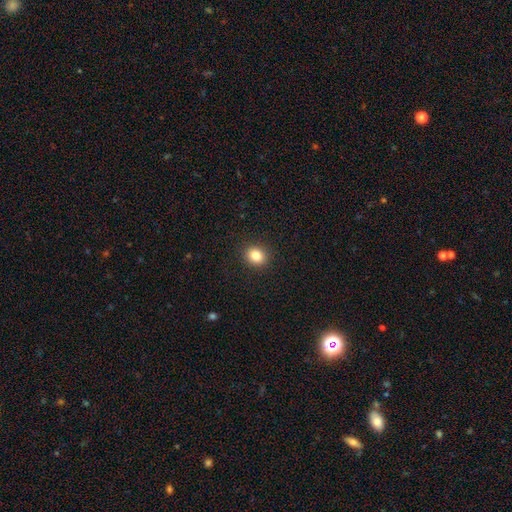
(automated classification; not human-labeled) Morphology: type=smooth (83%); roundness=round (68%); merging=none (91%).